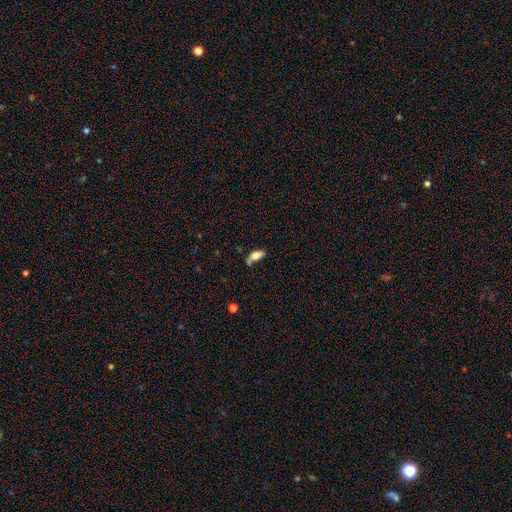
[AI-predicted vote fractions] The model was most divided on "merging": none: 52%, minor disturbance: 23%, merger: 17%, major disturbance: 8%. More confident: how rounded — in between (82%); smooth or featured — smooth (69%).